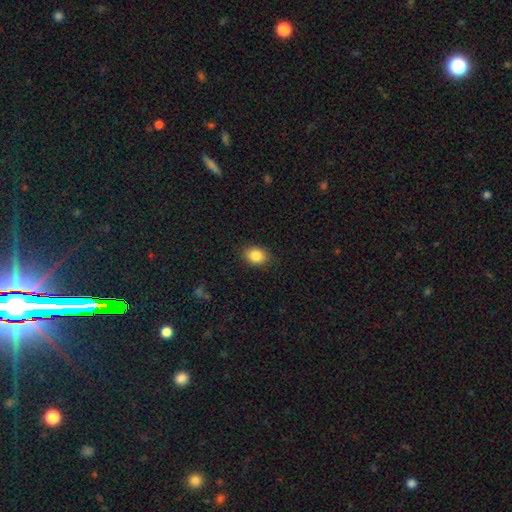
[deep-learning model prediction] smooth 86%, star or artifact 9%, featured or disk 5%. Down the decision tree: how rounded — in between (62%); merging — none (88%).